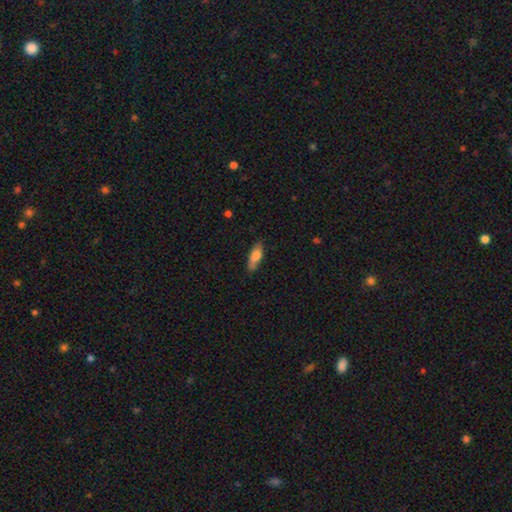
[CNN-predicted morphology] The model was most divided on "how rounded": in between: 59%, cigar-shaped: 39%, round: 2%. More confident: smooth or featured — smooth (78%); merging — none (74%).